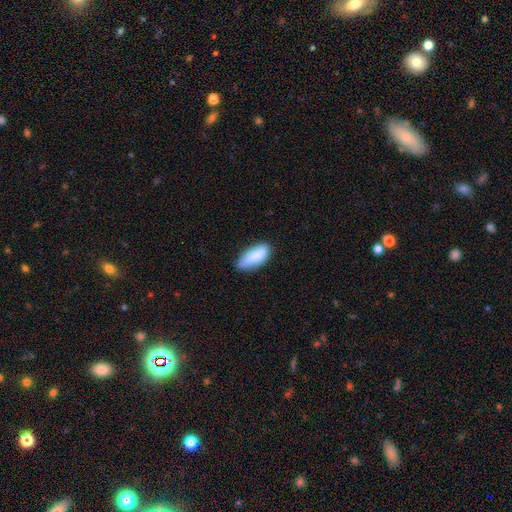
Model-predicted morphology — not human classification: A smooth galaxy with no disk features (83%) that is in between round and cigar-shaped (81%).

Vote fractions:
- Smooth or featured? smooth: 83% / featured or disk: 11% / star or artifact: 6%
- How rounded? in between: 81% / cigar-shaped: 17% / round: 2%
- Merging? none: 66% / minor disturbance: 27% / major disturbance: 4% / merger: 2%